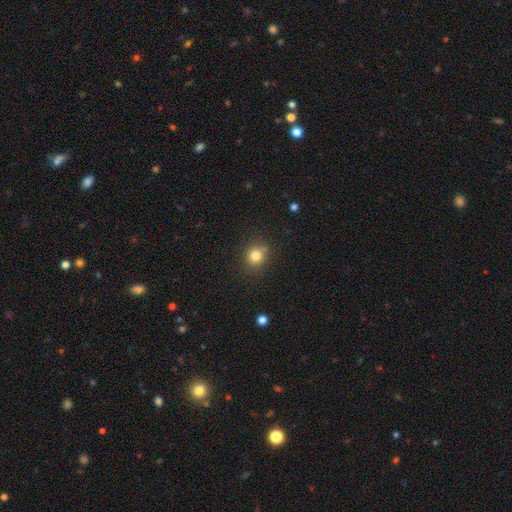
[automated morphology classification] A smooth galaxy with no disk features (79%) that is round (83%).

Vote fractions:
- Smooth or featured? smooth: 79% / star or artifact: 13% / featured or disk: 7%
- How rounded? round: 83% / in between: 16% / cigar-shaped: 1%
- Merging? none: 79% / minor disturbance: 12% / merger: 6% / major disturbance: 3%